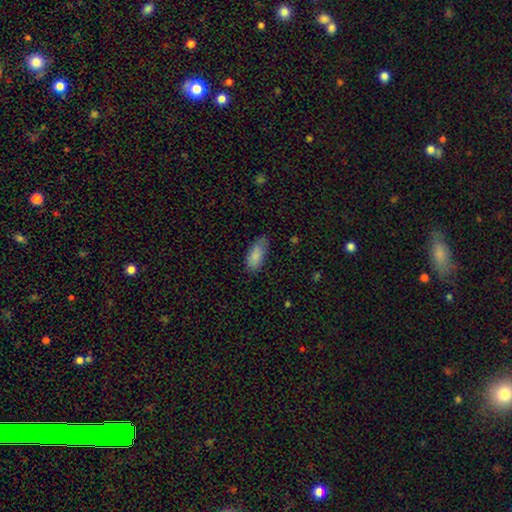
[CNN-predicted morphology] A smooth galaxy with no disk features (86%) that is in between round and cigar-shaped (85%).

Vote fractions:
- Smooth or featured? smooth: 86% / featured or disk: 7% / star or artifact: 6%
- How rounded? in between: 85% / cigar-shaped: 13% / round: 2%
- Merging? none: 70% / minor disturbance: 24% / major disturbance: 5% / merger: 1%